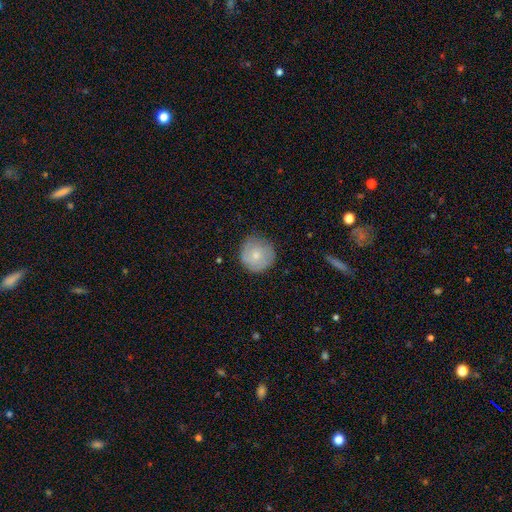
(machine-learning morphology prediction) Smooth or featured? Predicted: smooth (p=0.71). How rounded? Predicted: round (p=0.95). Merging? Predicted: none (p=0.81).